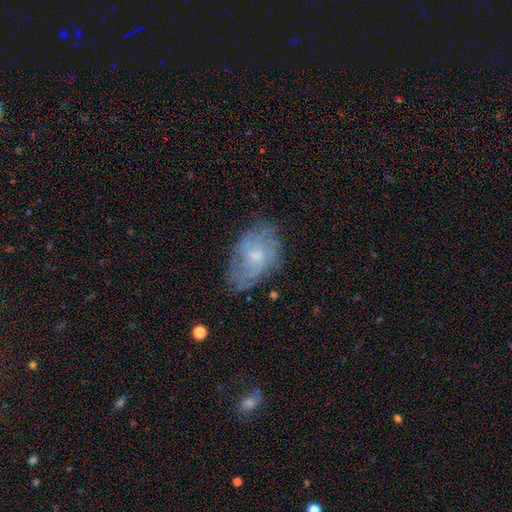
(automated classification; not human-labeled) smooth-or-featured: featured or disk: 62% | smooth: 29% | star or artifact: 9%
  disk-edge-on: no: 95% | yes: 5%
    bar: no: 75% | weak: 22% | strong: 3%
    has-spiral-arms: yes: 73% | no: 27%
    bulge-size: small: 53% | moderate: 39% | none: 5% | large: 2% | dominant: 1%
  merging: none: 70% | minor disturbance: 21% | major disturbance: 8% | merger: 1%